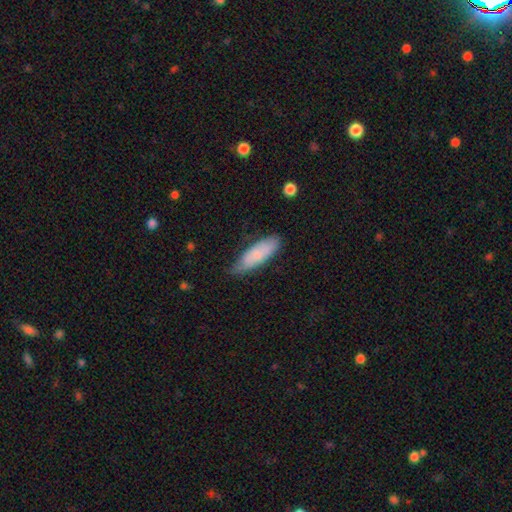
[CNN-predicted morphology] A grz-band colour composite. It shows a smooth galaxy with no disk features (73%) that is in between round and cigar-shaped (59%). Merging: none (67%).